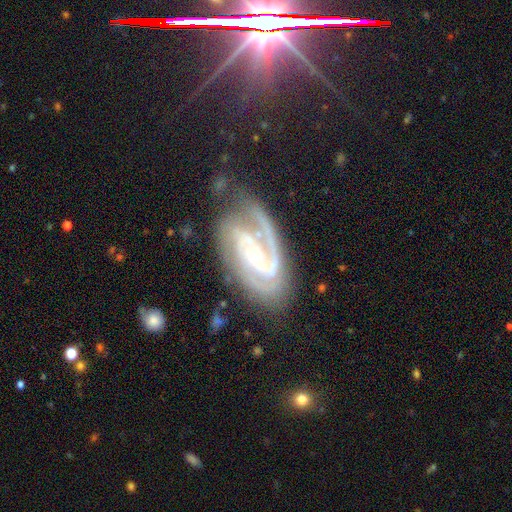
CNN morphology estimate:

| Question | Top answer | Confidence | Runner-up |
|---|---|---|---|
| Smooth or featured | featured or disk | 91% | star or artifact (5%) |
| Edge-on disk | no | 97% | yes (3%) |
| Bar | no | 44% | weak (34%) |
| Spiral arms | yes | 98% | no (2%) |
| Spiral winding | tight | 56% | medium (38%) |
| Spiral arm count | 2 | 56% | 3 (25%) |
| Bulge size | small | 67% | moderate (29%) |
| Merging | none | 68% | minor disturbance (20%) |